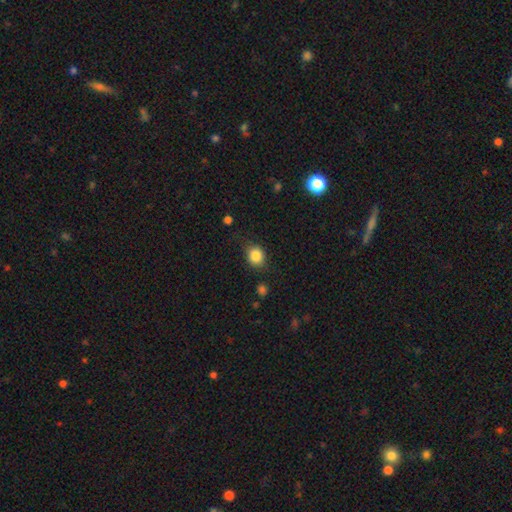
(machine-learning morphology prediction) smooth 84%, star or artifact 10%, featured or disk 6%. Down the decision tree: how rounded — round (68%); merging — none (76%).